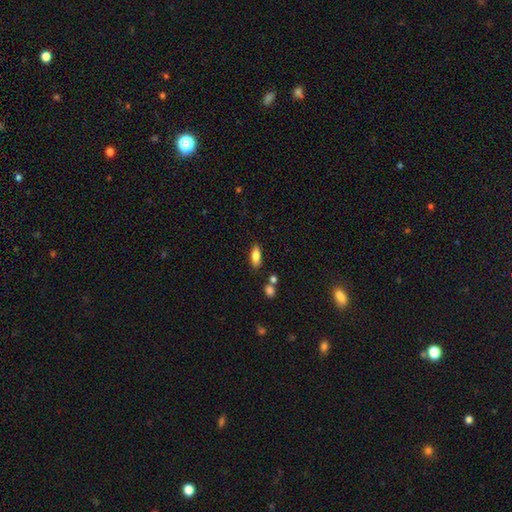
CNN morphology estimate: smooth 80%, featured or disk 12%, star or artifact 8%. Down the decision tree: how rounded — in between (73%); merging — none (79%).